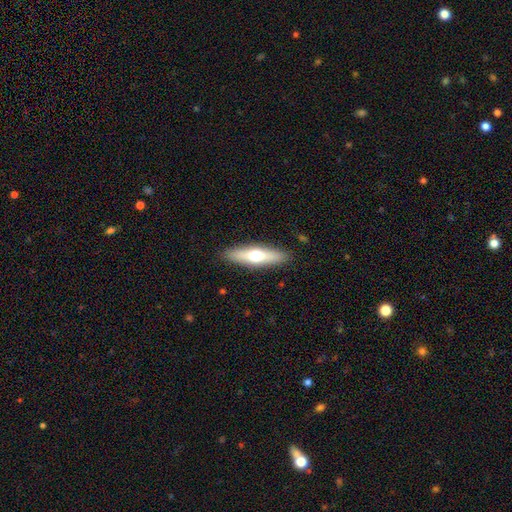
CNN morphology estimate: A smooth galaxy with no disk features (51%) that is cigar-shaped (69%).

Vote fractions:
- Smooth or featured? smooth: 51% / featured or disk: 43% / star or artifact: 6%
- How rounded? cigar-shaped: 69% / in between: 29% / round: 2%
- Merging? none: 89% / minor disturbance: 8% / major disturbance: 2% / merger: 1%